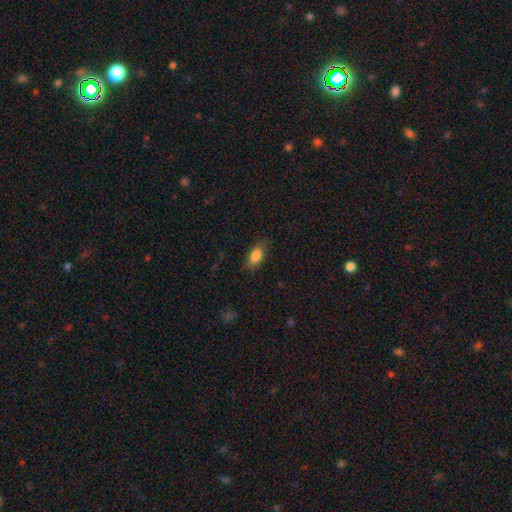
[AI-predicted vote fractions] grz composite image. It shows a smooth galaxy with no disk features (84%) that is in between round and cigar-shaped (87%). Merging: none (81%).